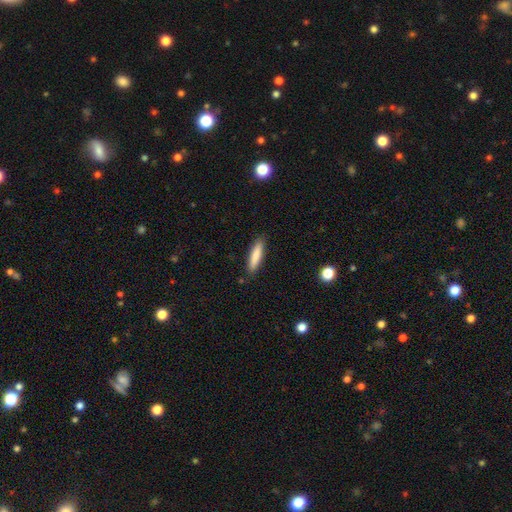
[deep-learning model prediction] Smooth or featured? Predicted: smooth (p=0.82). How rounded? Predicted: cigar-shaped (p=0.81). Merging? Predicted: none (p=0.87).